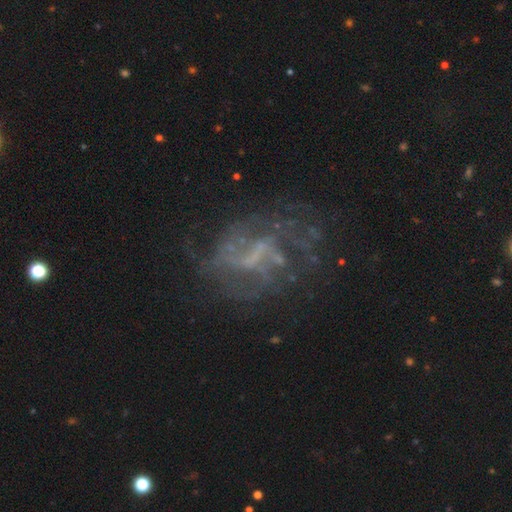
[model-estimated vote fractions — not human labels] smooth_or_featured: featured or disk (p=0.71) [alt: star or artifact p=0.17]
disk_edge_on: no (p=0.97) [alt: yes p=0.03]
bar: no (p=0.45) [alt: weak p=0.37]
has_spiral_arms: yes (p=0.60) [alt: no p=0.40]
bulge_size: none (p=0.62) [alt: small p=0.23]
merging: none (p=0.54) [alt: major disturbance p=0.25]